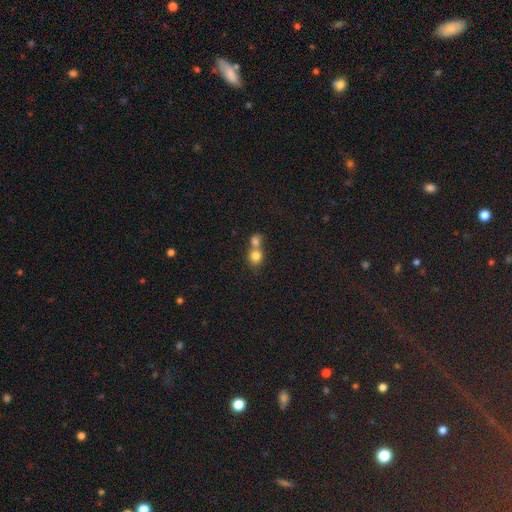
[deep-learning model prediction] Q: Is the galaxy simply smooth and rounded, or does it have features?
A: smooth — 79%.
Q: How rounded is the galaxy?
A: round — 81%.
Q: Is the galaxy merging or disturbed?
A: merger — 64%.